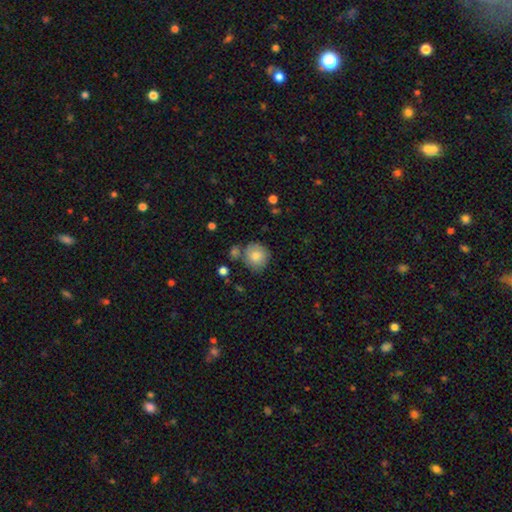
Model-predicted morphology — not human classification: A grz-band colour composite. It shows a smooth galaxy with no disk features (80%) that is round (86%). Merging: none (67%).